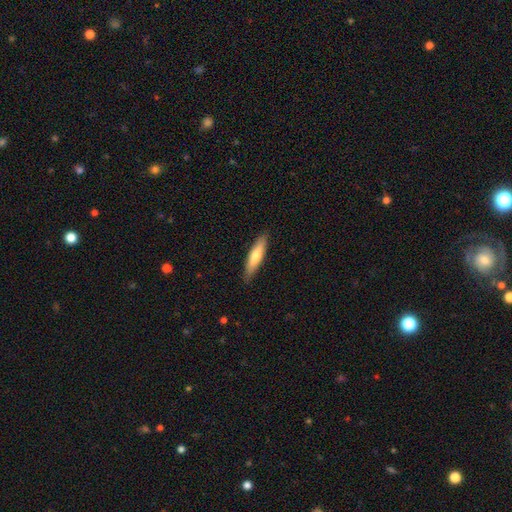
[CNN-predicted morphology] smooth-or-featured: smooth: 63% | featured or disk: 31% | star or artifact: 6%
  how-rounded: cigar-shaped: 77% | in between: 22% | round: 1%
  merging: none: 86% | minor disturbance: 11% | major disturbance: 2% | merger: 1%